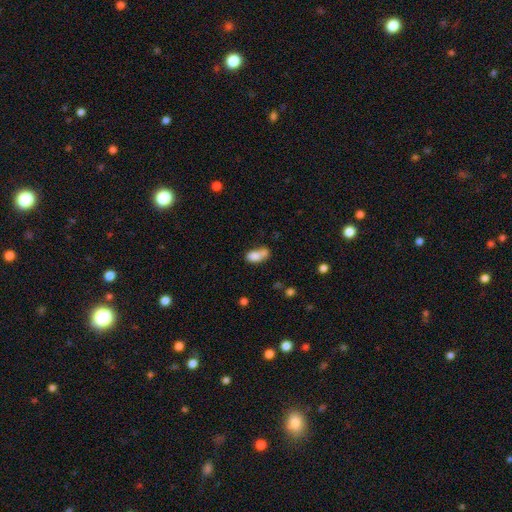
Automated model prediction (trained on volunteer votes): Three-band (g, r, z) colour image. It shows a smooth galaxy with no disk features (78%) that is in between round and cigar-shaped (84%). Merging: merger (51%).